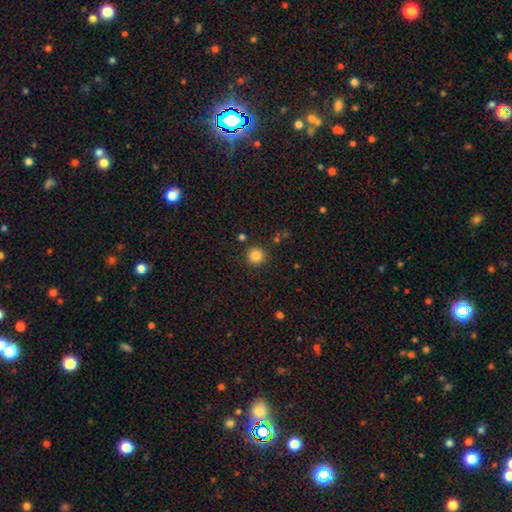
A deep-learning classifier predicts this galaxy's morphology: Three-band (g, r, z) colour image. It shows a smooth galaxy with no disk features (84%) that is round (95%). Merging: none (89%).